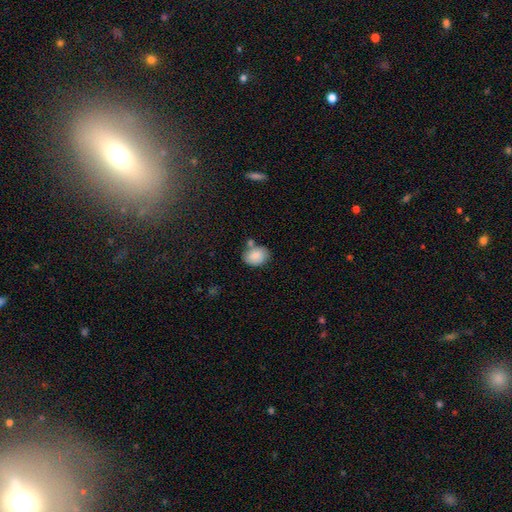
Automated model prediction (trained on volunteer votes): Morphology: type=smooth (85%); roundness=in between (67%); merging=none (61%).